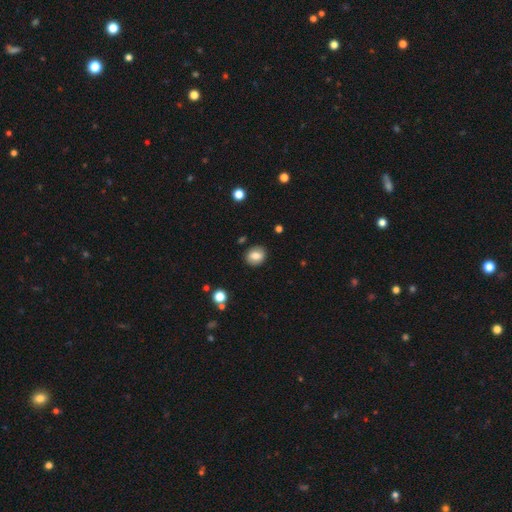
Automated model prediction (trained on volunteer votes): Smooth or featured? smooth (79%)
How rounded? round (67%)
Merging? none (87%)